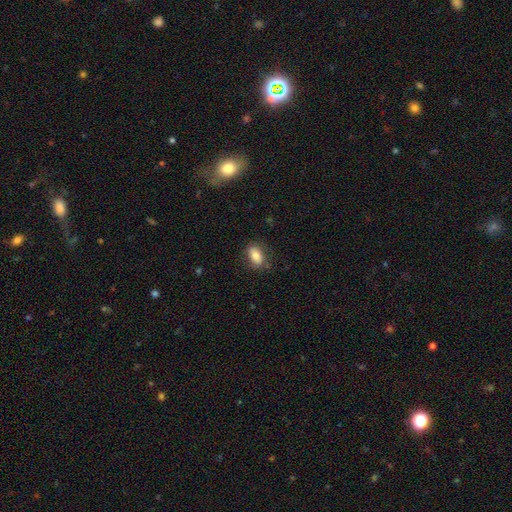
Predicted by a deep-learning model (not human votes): Overall: smooth (77%). How rounded: in between (87%). Merging: none (74%).